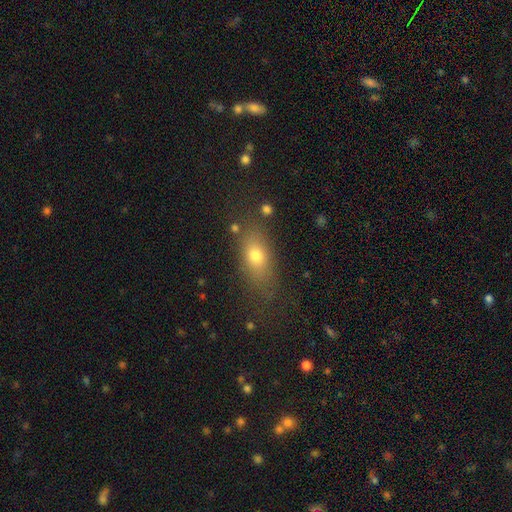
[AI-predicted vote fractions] Smooth or featured: smooth — 72% (featured or disk — 16%)
How rounded: in between — 72% (cigar-shaped — 14%)
Merging: none — 75% (minor disturbance — 15%)